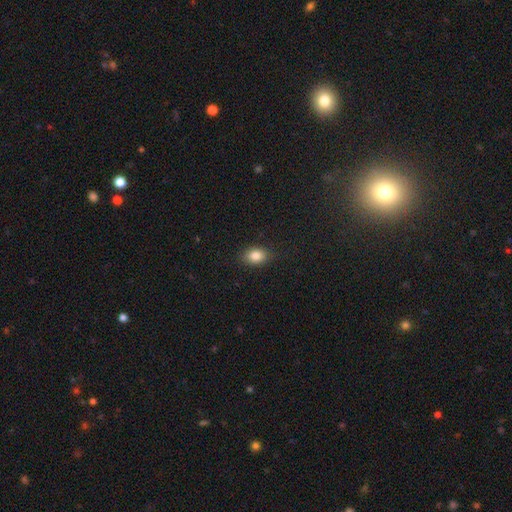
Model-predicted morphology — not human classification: Smooth or featured?
  - smooth: 84% *
  - star or artifact: 9%
  - featured or disk: 7%
How rounded?
  - in between: 73% *
  - round: 25%
  - cigar-shaped: 2%
Merging?
  - none: 85% *
  - minor disturbance: 11%
  - major disturbance: 3%
  - merger: 1%